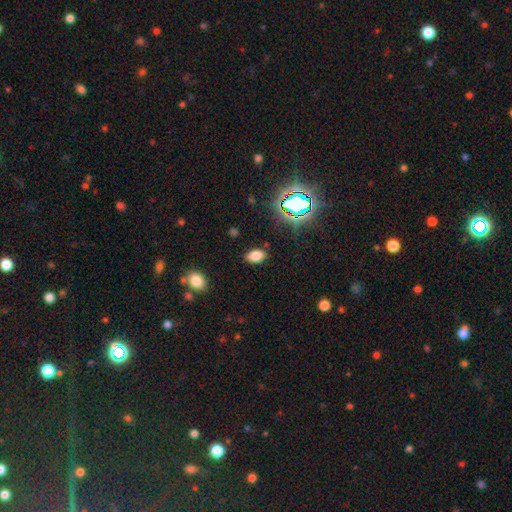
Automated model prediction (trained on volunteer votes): Smooth or featured: smooth — 77% (star or artifact — 16%)
How rounded: in between — 88% (round — 10%)
Merging: none — 85% (minor disturbance — 11%)